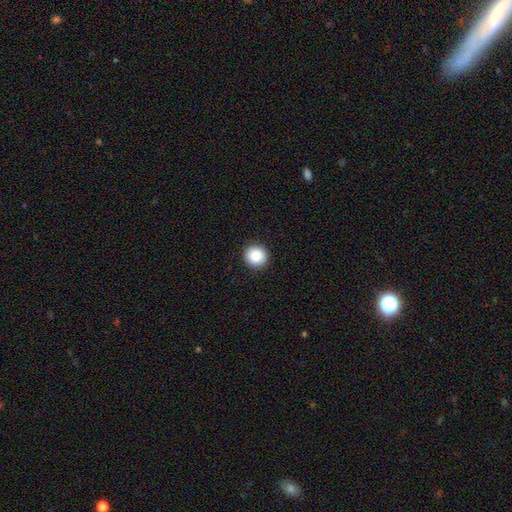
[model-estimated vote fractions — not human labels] Smooth or featured?
  - smooth: 85% *
  - star or artifact: 9%
  - featured or disk: 6%
How rounded?
  - round: 94% *
  - in between: 6%
  - cigar-shaped: 1%
Merging?
  - none: 93% *
  - minor disturbance: 5%
  - major disturbance: 1%
  - merger: 1%